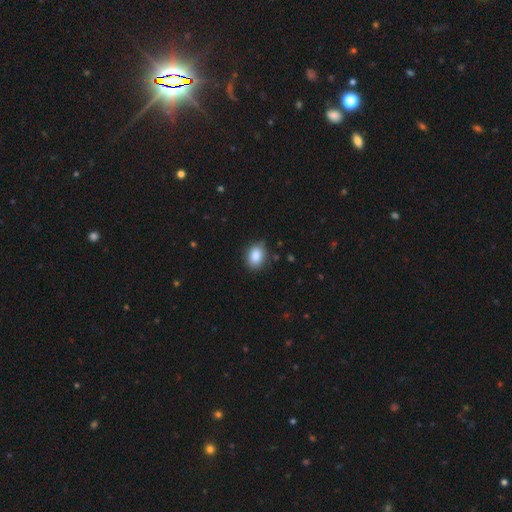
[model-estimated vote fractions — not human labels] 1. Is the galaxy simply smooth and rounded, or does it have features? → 87% smooth, 8% star or artifact, 5% featured or disk.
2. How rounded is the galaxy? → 72% in between, 27% round, 1% cigar-shaped.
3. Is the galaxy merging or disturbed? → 79% none, 17% minor disturbance, 3% major disturbance, 1% merger.